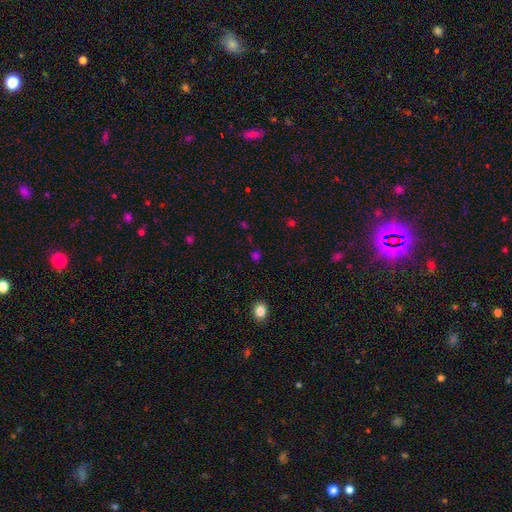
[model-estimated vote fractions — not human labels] smooth_or_featured: smooth (p=0.61) [alt: star or artifact p=0.34]
how_rounded: round (p=0.76) [alt: in between p=0.22]
merging: none (p=0.81) [alt: minor disturbance p=0.10]